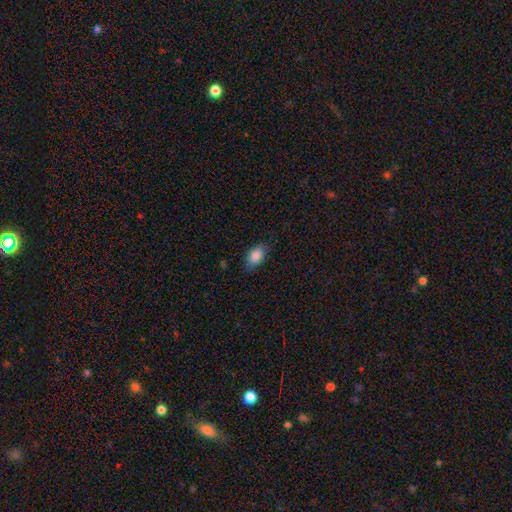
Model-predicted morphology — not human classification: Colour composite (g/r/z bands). It shows a smooth galaxy with no disk features (87%) that is in between round and cigar-shaped (88%). Merging: none (79%).